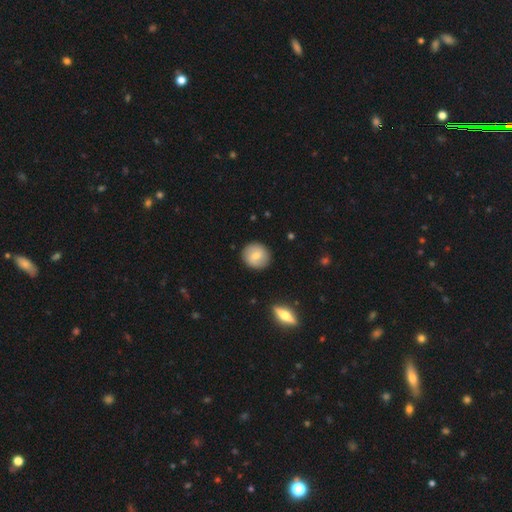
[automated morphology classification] Q: Smooth or featured?
A: smooth (69%); runner-up: featured or disk (23%)
Q: How rounded?
A: round (91%); runner-up: in between (8%)
Q: Merging?
A: none (90%); runner-up: minor disturbance (7%)